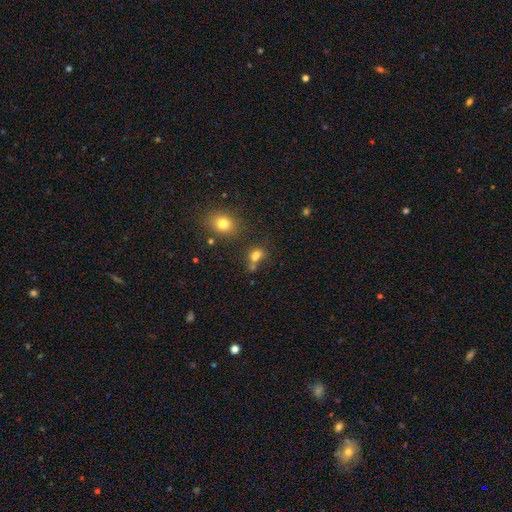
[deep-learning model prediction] Overall: smooth (75%). How rounded: in between (55%; round 43%). Merging: none (45%; merger 35%).